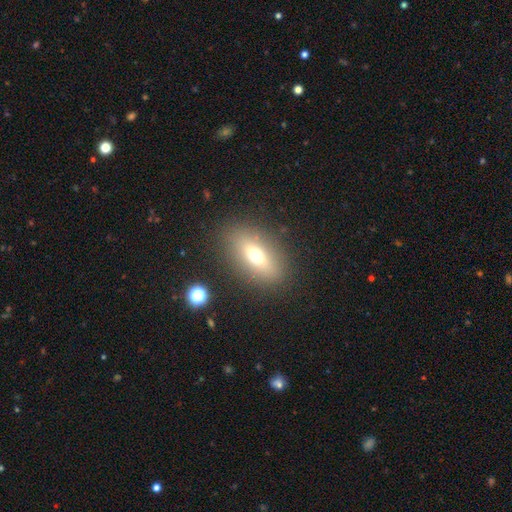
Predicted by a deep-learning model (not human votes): Morphology: type=smooth (61%); roundness=in between (76%); merging=none (85%).